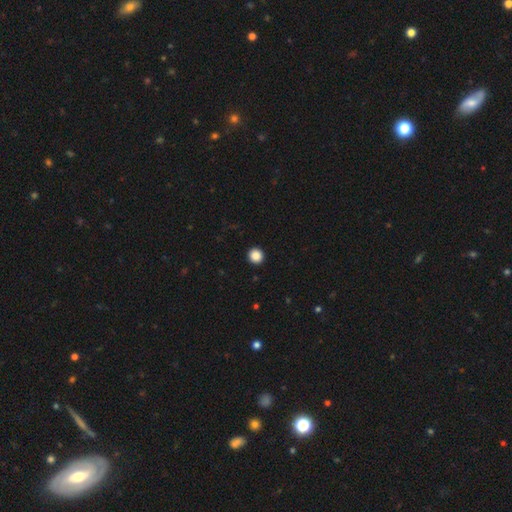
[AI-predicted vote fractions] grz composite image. It shows a smooth galaxy with no disk features (88%) that is round (95%). Merging: none (94%).